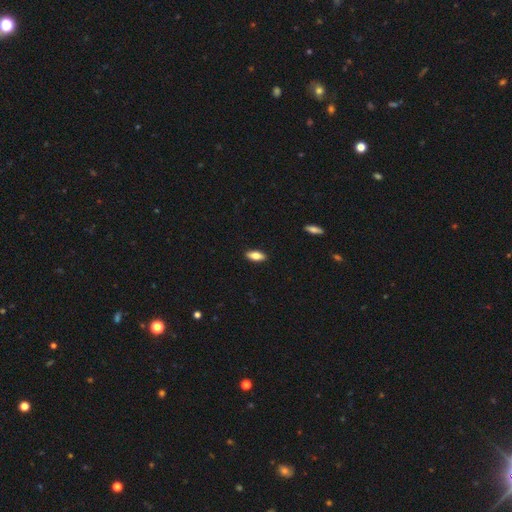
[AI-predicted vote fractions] A smooth galaxy with no disk features (77%) that is in between round and cigar-shaped (79%). Merging: none (90%).